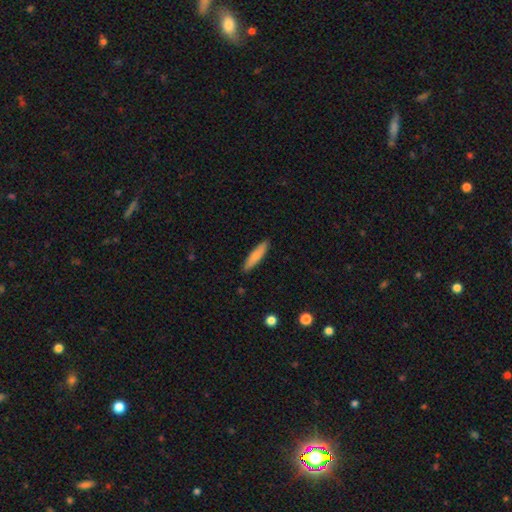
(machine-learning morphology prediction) smooth-or-featured: smooth: 81% | featured or disk: 14% | star or artifact: 6%
  how-rounded: cigar-shaped: 81% | in between: 18% | round: 1%
  merging: none: 89% | minor disturbance: 8% | major disturbance: 2% | merger: 1%